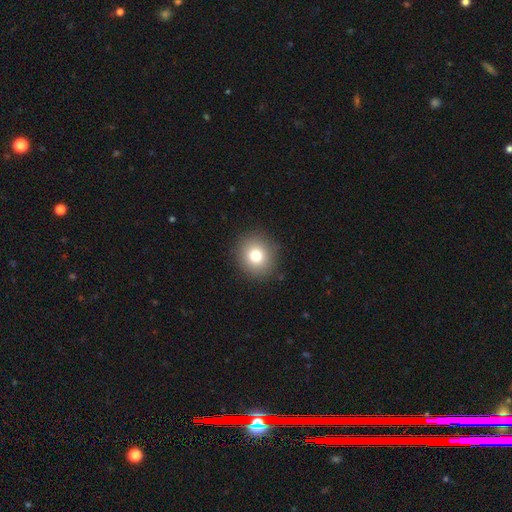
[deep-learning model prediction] Smooth or featured?
  - smooth: 78% *
  - star or artifact: 12%
  - featured or disk: 10%
How rounded?
  - round: 86% *
  - in between: 13%
  - cigar-shaped: 1%
Merging?
  - none: 89% *
  - minor disturbance: 7%
  - major disturbance: 3%
  - merger: 1%